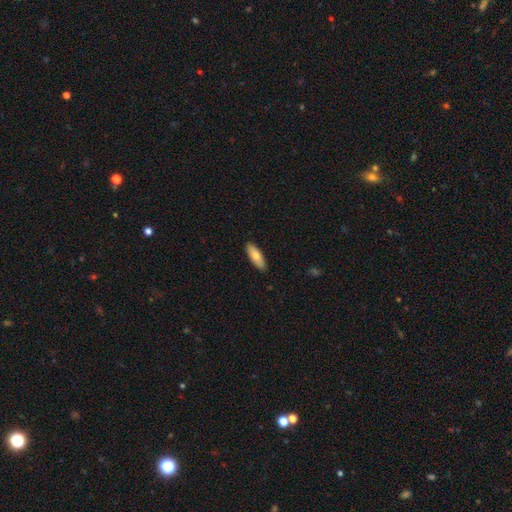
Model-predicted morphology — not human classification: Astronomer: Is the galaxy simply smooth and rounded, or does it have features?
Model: smooth — 73%.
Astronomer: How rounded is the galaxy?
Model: in between — 64%.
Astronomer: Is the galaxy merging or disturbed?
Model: none — 90%.